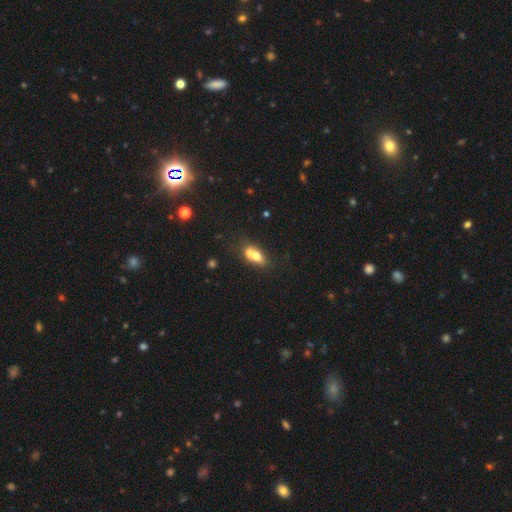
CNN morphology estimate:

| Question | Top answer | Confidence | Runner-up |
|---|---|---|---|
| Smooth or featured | smooth | 64% | featured or disk (27%) |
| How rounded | in between | 68% | round (24%) |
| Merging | merger | 59% | none (28%) |